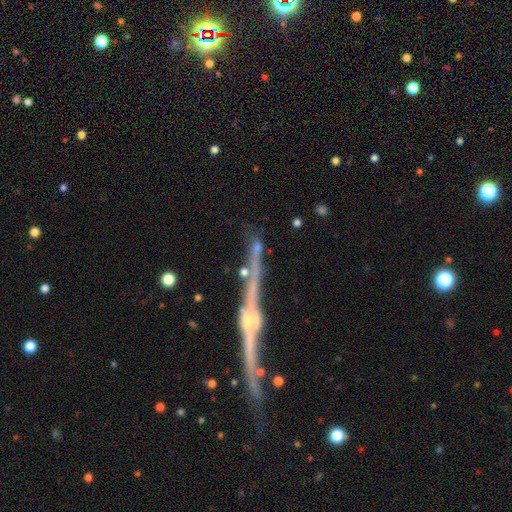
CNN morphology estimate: Smooth or featured? featured or disk (71%)
Edge-on disk? yes (94%)
Edge-on bulge? rounded (80%)
Merging? none (74%)